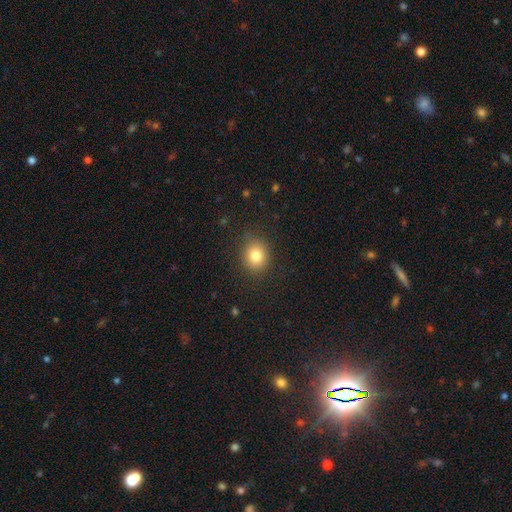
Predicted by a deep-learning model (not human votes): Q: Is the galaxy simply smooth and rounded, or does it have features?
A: smooth — 81%.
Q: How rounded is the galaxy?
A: round — 78%.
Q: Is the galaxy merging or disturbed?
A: none — 86%.